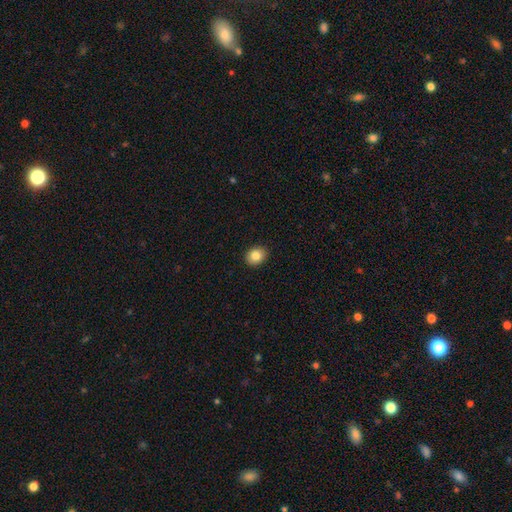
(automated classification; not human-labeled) Q: Smooth or featured?
A: smooth (84%); runner-up: star or artifact (9%)
Q: How rounded?
A: round (59%); runner-up: in between (40%)
Q: Merging?
A: none (91%); runner-up: minor disturbance (7%)